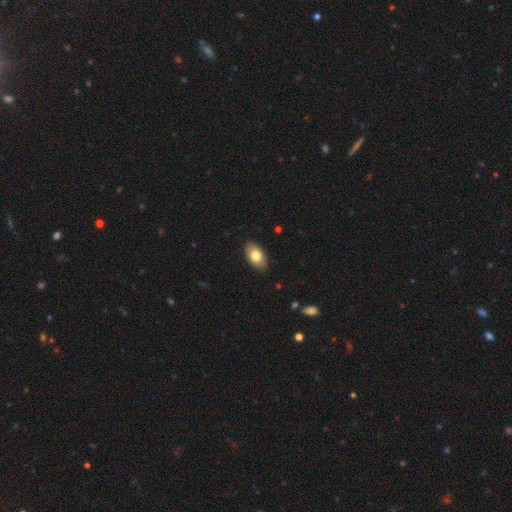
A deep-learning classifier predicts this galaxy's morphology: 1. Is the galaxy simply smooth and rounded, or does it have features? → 80% smooth, 14% featured or disk, 7% star or artifact.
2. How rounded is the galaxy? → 93% in between, 5% round, 2% cigar-shaped.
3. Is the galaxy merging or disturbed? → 89% none, 9% minor disturbance, 2% major disturbance, 1% merger.